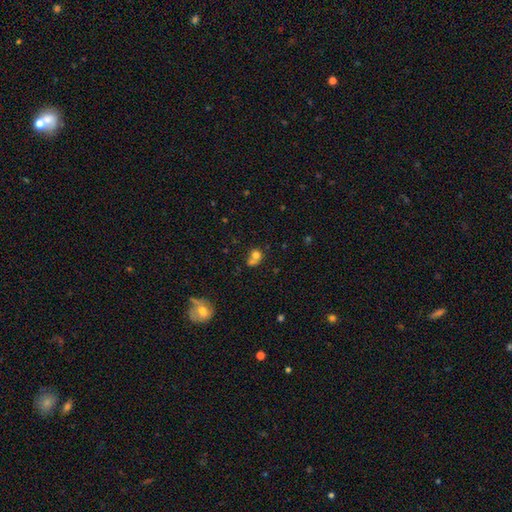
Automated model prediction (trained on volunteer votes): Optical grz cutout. It shows a smooth galaxy with no disk features (72%) that is round (70%). Merging: merger (51%).